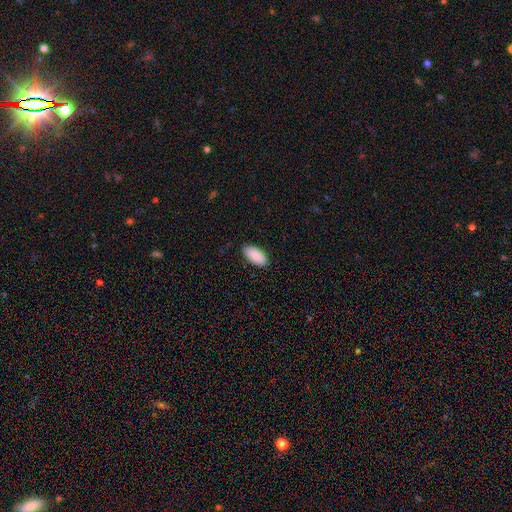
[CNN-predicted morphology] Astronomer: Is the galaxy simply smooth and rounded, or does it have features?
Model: smooth — 90%.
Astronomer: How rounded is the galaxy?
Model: in between — 93%.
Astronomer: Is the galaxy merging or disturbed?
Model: none — 87%.